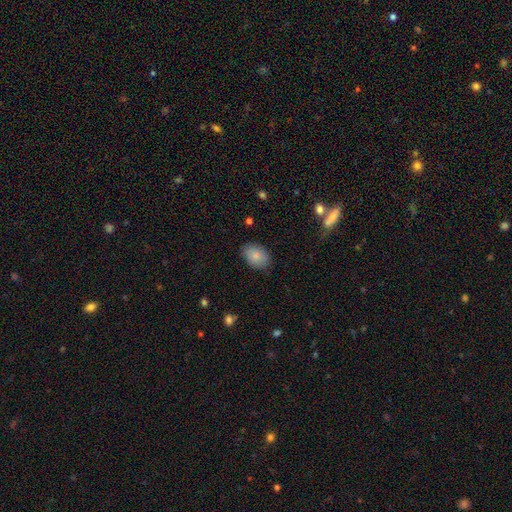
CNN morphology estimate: smooth 83%, featured or disk 9%, star or artifact 8%. Down the decision tree: how rounded — in between (80%); merging — none (83%).